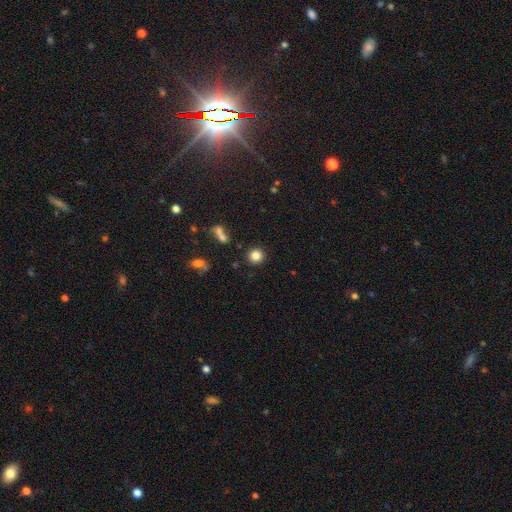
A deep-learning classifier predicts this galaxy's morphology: A smooth galaxy with no disk features (83%) that is round (93%). Merging: none (89%).